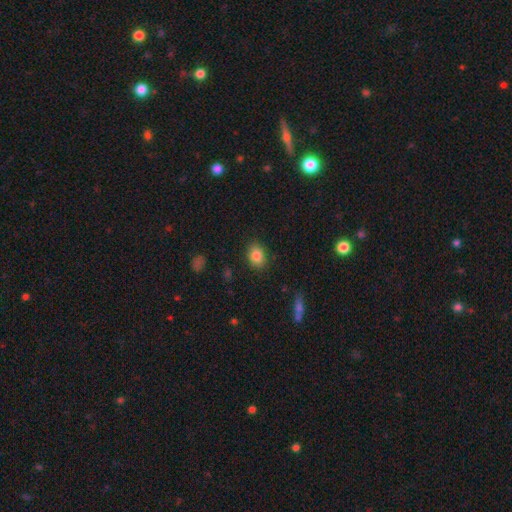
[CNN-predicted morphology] Smooth or featured? Predicted: smooth (p=0.84). How rounded? Predicted: in between (p=0.67). Merging? Predicted: none (p=0.86).